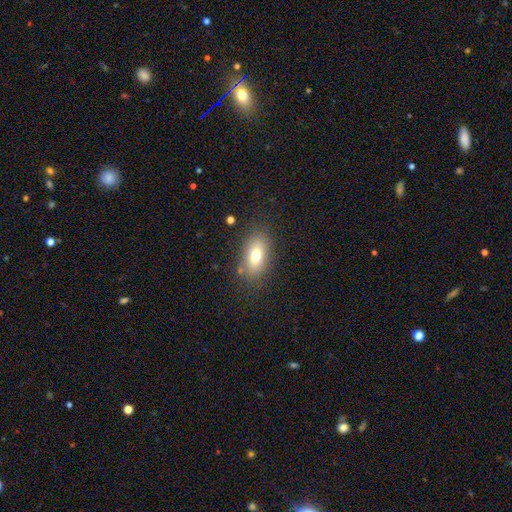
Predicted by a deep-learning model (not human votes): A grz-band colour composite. It shows a smooth galaxy with no disk features (73%) that is in between round and cigar-shaped (86%). Merging: none (80%).